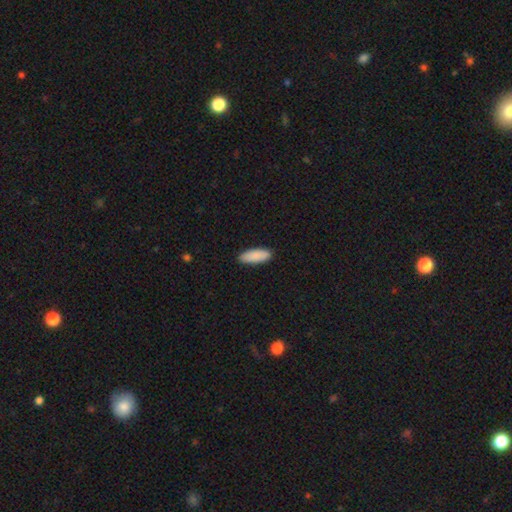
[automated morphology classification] This appears to be a smooth galaxy with no disk features (90%) that is in between round and cigar-shaped (73%). Merging: none (89%).